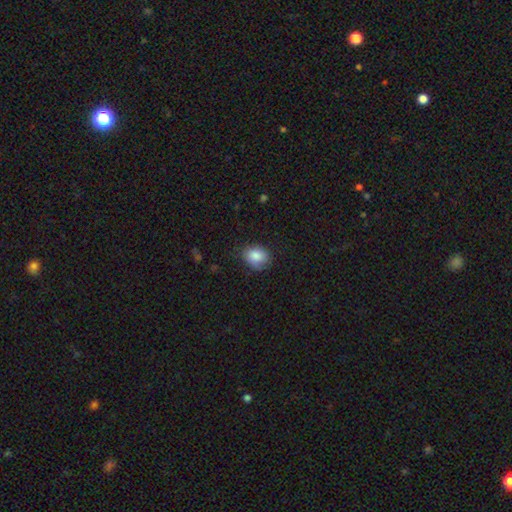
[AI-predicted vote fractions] smooth_or_featured: smooth (p=0.83) [alt: featured or disk p=0.09]
how_rounded: in between (p=0.58) [alt: round p=0.41]
merging: none (p=0.68) [alt: minor disturbance p=0.24]